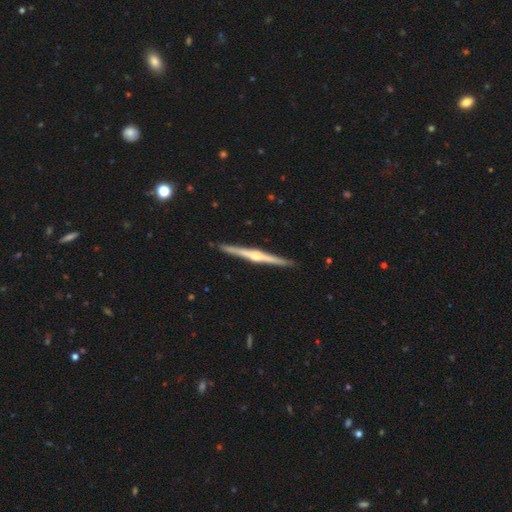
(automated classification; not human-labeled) Overall: featured or disk (79%). Edge-on disk: yes (99%). Edge-on bulge: rounded (84%). Merging: none (92%).